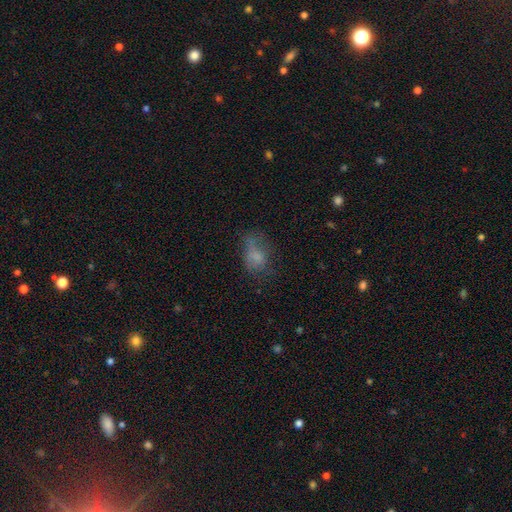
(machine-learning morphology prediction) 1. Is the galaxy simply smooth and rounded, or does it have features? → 62% smooth, 22% featured or disk, 15% star or artifact.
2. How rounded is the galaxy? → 76% in between, 21% round, 3% cigar-shaped.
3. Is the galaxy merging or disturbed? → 39% none, 30% major disturbance, 26% minor disturbance, 4% merger.